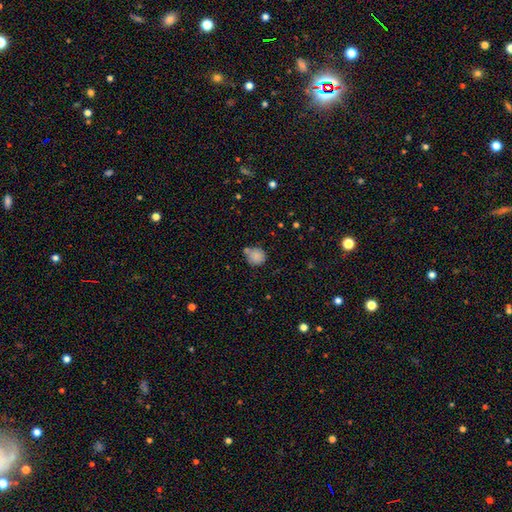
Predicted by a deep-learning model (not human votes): Smooth or featured? Predicted: smooth (p=0.86). How rounded? Predicted: round (p=0.86). Merging? Predicted: none (p=0.62).